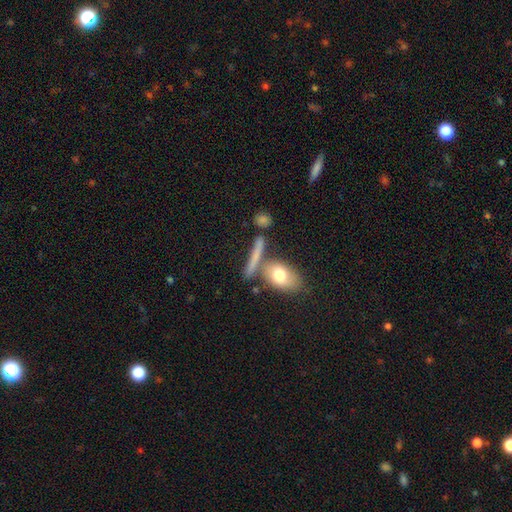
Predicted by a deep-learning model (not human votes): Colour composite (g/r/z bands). It shows a smooth galaxy with no disk features (62%) that is cigar-shaped (50%). Merging: none (59%).